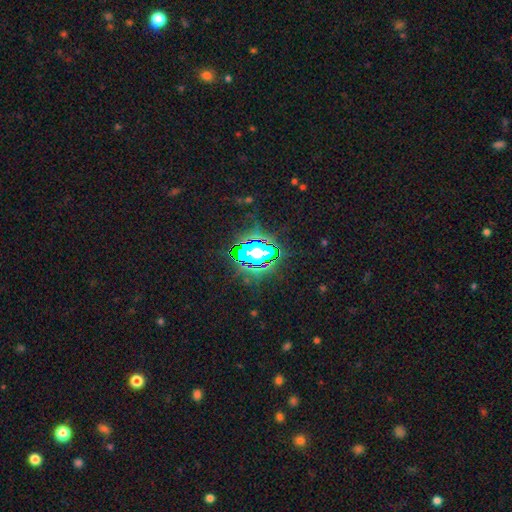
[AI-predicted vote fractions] Smooth or featured?
  - star or artifact: 69% *
  - smooth: 17%
  - featured or disk: 13%